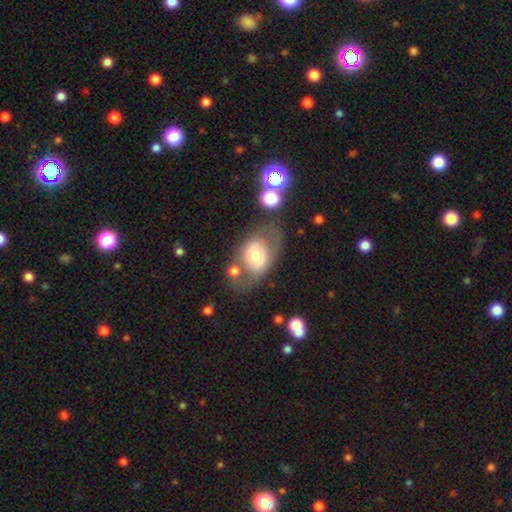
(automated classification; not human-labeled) Smooth or featured? smooth (54%)
How rounded? in between (73%)
Merging? none (56%)